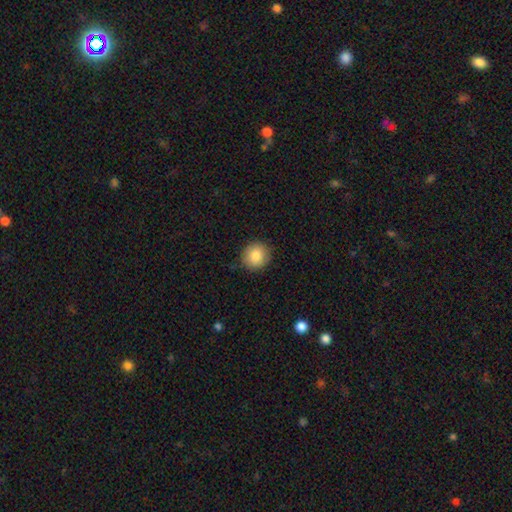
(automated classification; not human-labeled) This is clearly a smooth galaxy (86%). How rounded: clearly round (88%). Merging: clearly none (87%).